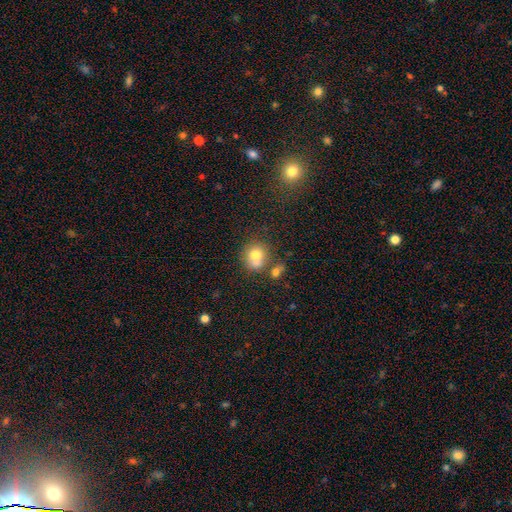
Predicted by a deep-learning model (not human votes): smooth_or_featured: smooth (p=0.75) [alt: featured or disk p=0.14]
how_rounded: round (p=0.83) [alt: in between p=0.16]
merging: none (p=0.53) [alt: merger p=0.28]